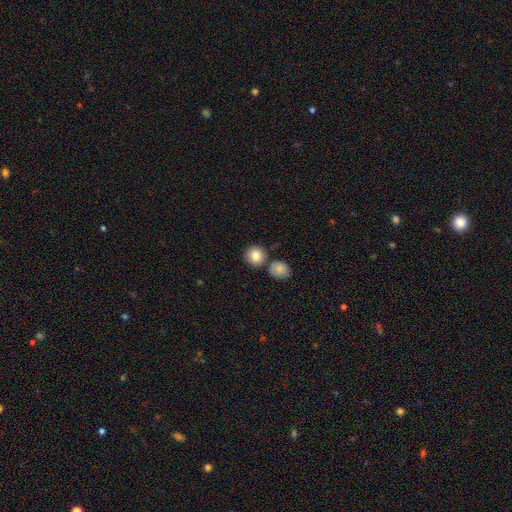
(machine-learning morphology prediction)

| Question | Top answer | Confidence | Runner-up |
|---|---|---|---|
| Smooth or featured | smooth | 84% | star or artifact (9%) |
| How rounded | round | 89% | in between (10%) |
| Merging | none | 73% | merger (15%) |